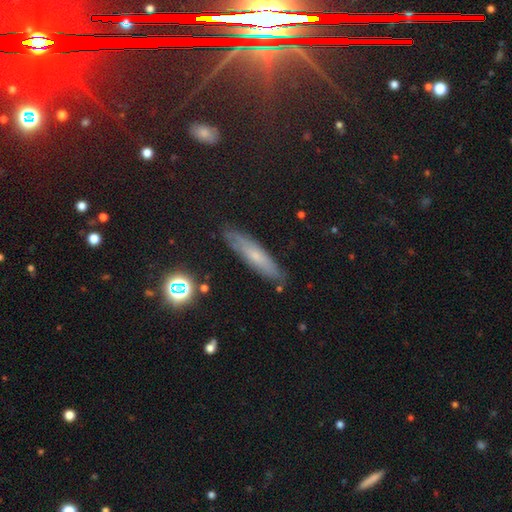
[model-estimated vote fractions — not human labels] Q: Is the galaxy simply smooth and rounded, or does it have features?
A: smooth — 49%.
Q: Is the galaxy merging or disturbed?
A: none — 84%.